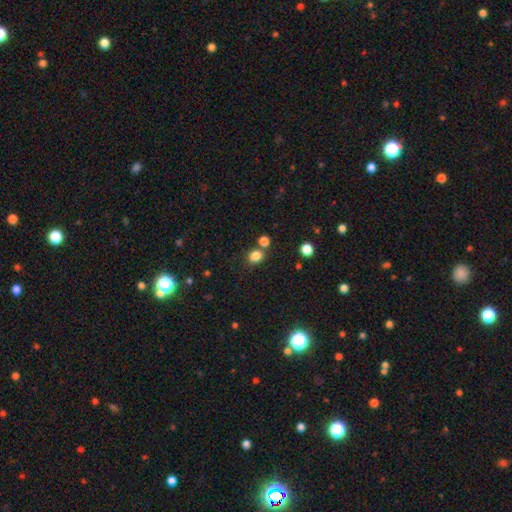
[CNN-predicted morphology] This is clearly a smooth galaxy (82%). How rounded: likely round (69%). Merging: likely none (71%).